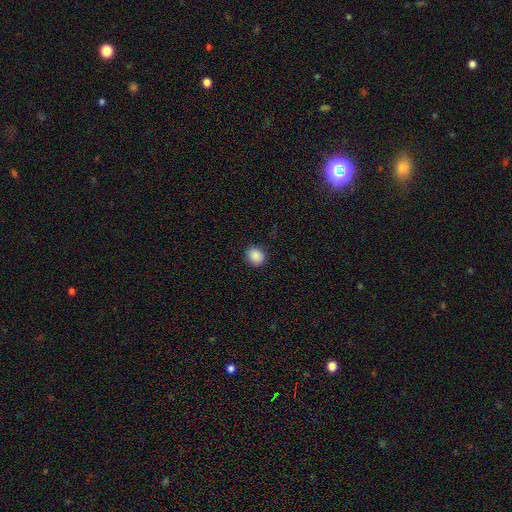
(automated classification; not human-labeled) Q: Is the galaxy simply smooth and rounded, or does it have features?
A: smooth — 88%.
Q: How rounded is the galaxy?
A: round — 68%.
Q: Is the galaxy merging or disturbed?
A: none — 90%.